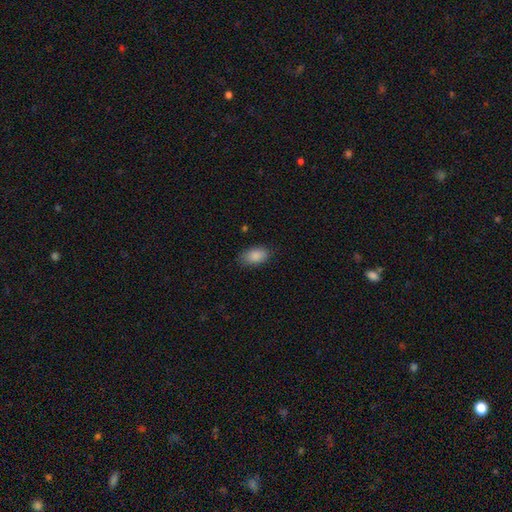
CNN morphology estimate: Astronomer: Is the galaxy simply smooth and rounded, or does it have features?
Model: smooth — 88%.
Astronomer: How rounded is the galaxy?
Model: in between — 93%.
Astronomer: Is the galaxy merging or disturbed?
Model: none — 83%.